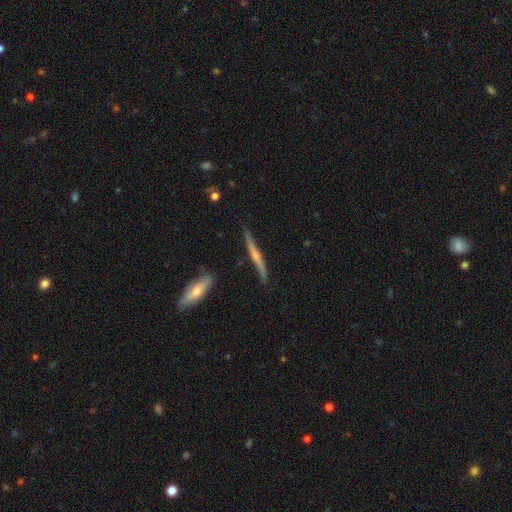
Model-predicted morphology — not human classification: This appears to be a featured or disk galaxy (68%) viewed edge-on (95%) with a rounded central bulge (61%). Merging: none (80%).